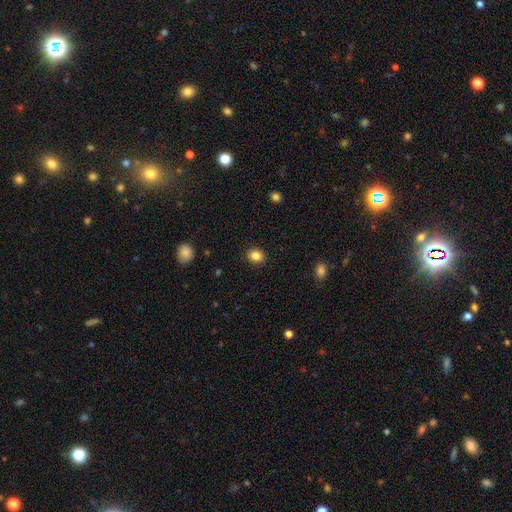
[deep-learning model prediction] The model was most divided on "how rounded": round: 65%, in between: 34%, cigar-shaped: 1%. More confident: merging — none (90%); smooth or featured — smooth (85%).